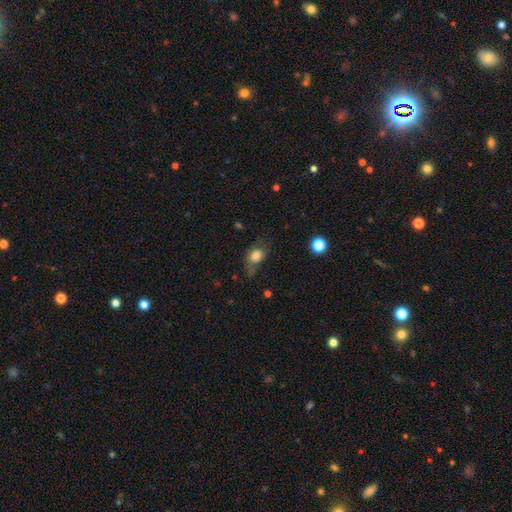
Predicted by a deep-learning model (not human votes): Smooth or featured? smooth (77%)
How rounded? in between (65%)
Merging? none (46%)